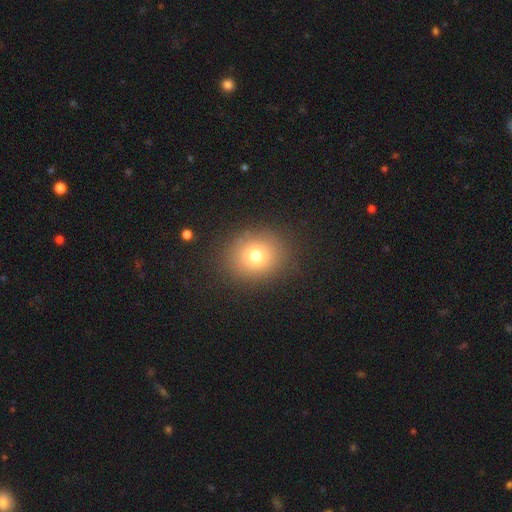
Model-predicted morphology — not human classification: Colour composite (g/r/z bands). It shows a smooth galaxy with no disk features (73%) that is round (78%). Merging: none (86%).